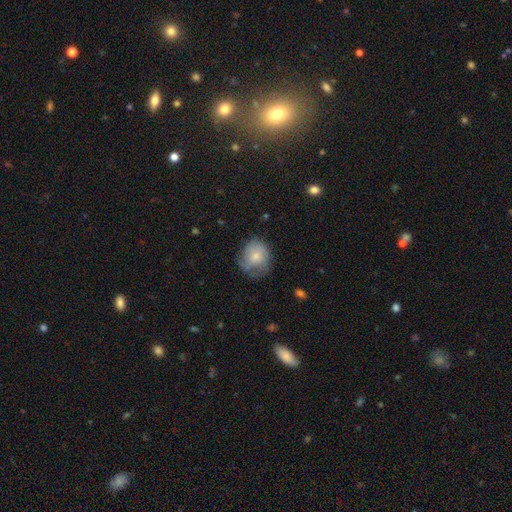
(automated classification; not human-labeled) This is possibly a smooth galaxy (59%). How rounded: likely round (67%). Merging: possibly none (55%).